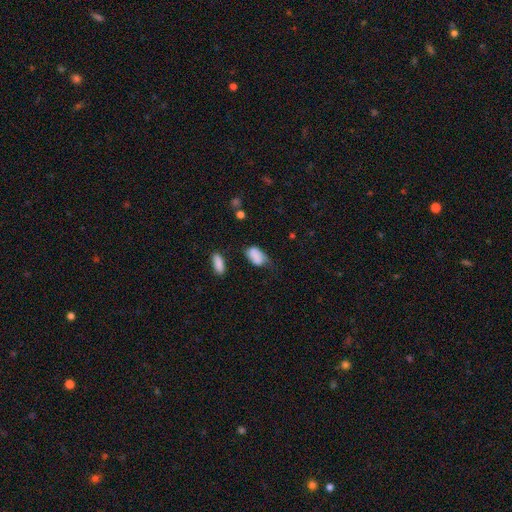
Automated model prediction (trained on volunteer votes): Morphology: type=smooth (80%); roundness=in between (90%); merging=minor disturbance (38%).